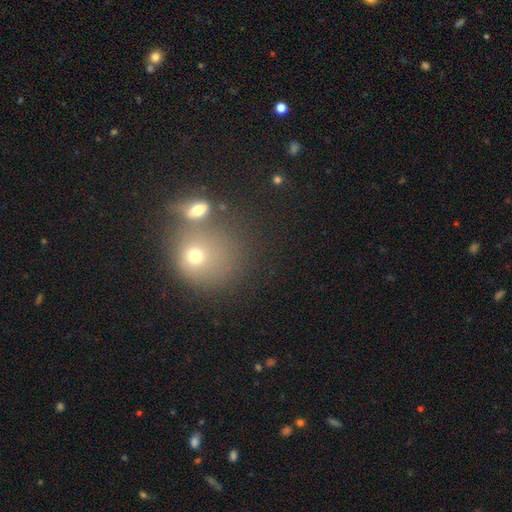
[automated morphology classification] The model was most divided on "merging": merger: 42%, none: 40%, minor disturbance: 10%, major disturbance: 7%. More confident: how rounded — round (77%); smooth or featured — smooth (56%).